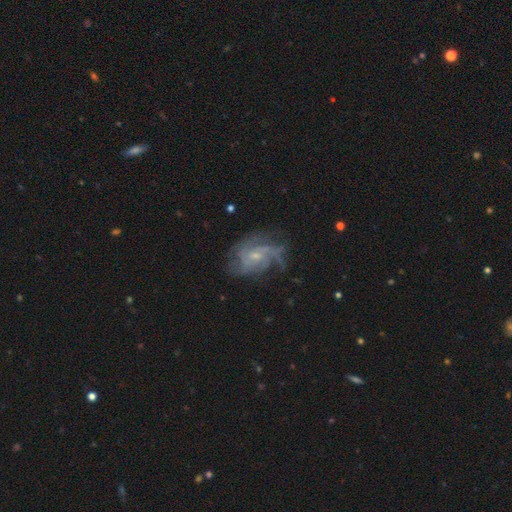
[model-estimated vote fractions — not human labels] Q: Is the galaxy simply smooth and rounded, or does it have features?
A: featured or disk — 81%.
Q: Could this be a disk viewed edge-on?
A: no — 97%.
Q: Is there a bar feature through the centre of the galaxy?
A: no — 62%.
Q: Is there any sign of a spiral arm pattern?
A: yes — 92%.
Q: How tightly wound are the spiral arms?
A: medium — 44%.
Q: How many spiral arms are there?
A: can't tell — 30%.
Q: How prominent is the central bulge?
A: small — 69%.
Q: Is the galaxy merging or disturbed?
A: none — 59%.